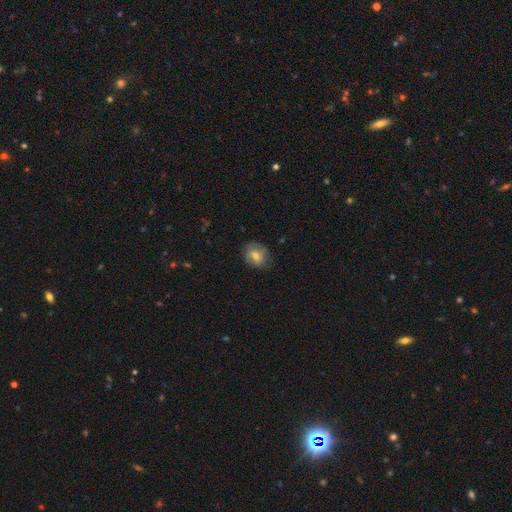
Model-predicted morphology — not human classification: Smooth or featured? smooth (66%)
How rounded? round (59%)
Merging? none (75%)